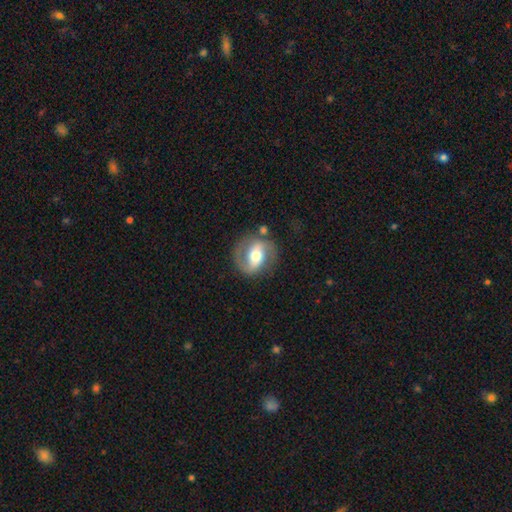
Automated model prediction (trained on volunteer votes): smooth_or_featured: featured or disk (p=0.74) [alt: smooth p=0.20]
disk_edge_on: no (p=0.96) [alt: yes p=0.04]
bar: strong (p=0.41) [alt: weak p=0.34]
has_spiral_arms: yes (p=0.85) [alt: no p=0.15]
spiral_winding: medium (p=0.49) [alt: loose p=0.27]
spiral_arm_count: 2 (p=0.86) [alt: 1 p=0.06]
bulge_size: moderate (p=0.69) [alt: small p=0.15]
merging: none (p=0.75) [alt: minor disturbance p=0.14]